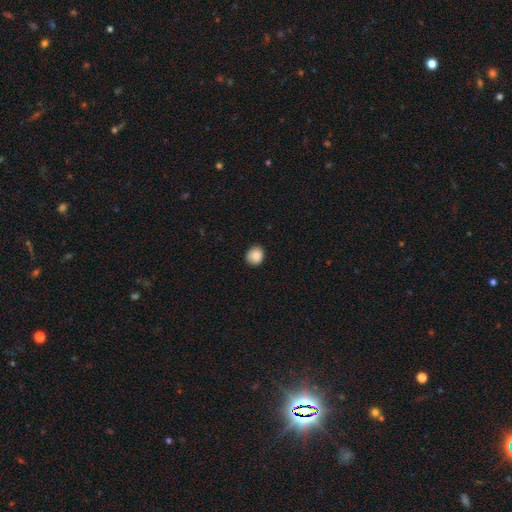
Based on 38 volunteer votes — Morphology: type=smooth (89%); roundness=round (59%); merging=none (89%).